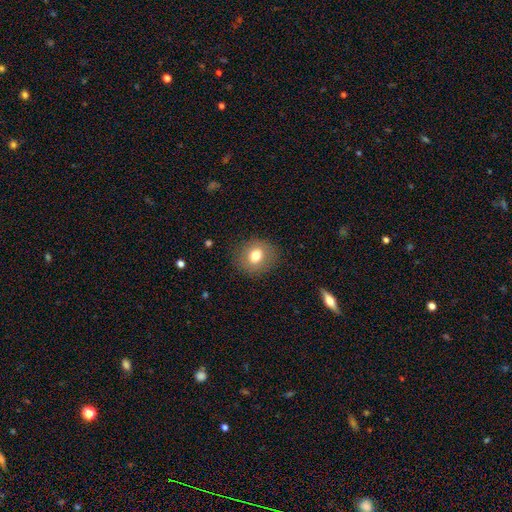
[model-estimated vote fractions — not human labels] Smooth or featured: smooth — 75% (featured or disk — 16%)
How rounded: round — 73% (in between — 27%)
Merging: none — 85% (minor disturbance — 10%)